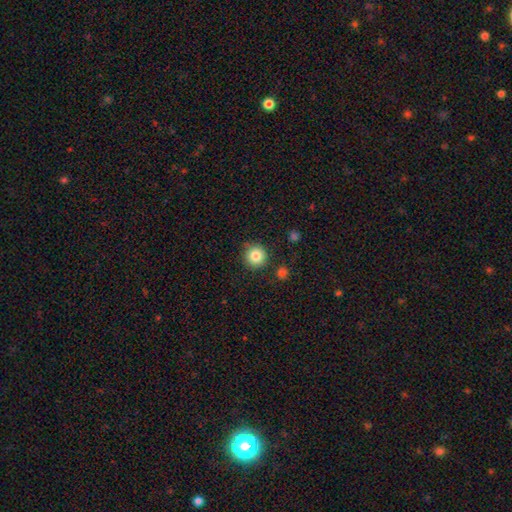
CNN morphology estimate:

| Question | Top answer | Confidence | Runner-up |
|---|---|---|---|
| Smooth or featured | smooth | 84% | star or artifact (10%) |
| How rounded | round | 95% | in between (4%) |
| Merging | none | 85% | minor disturbance (9%) |